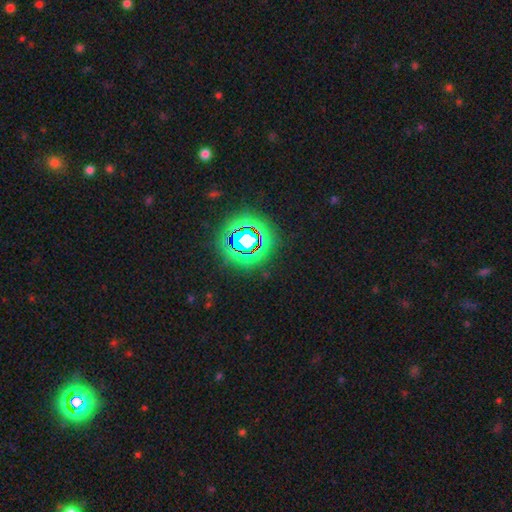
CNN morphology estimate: A star or artifact, not a galaxy (80%).

Vote fractions:
- Smooth or featured? star or artifact: 80% / smooth: 12% / featured or disk: 8%